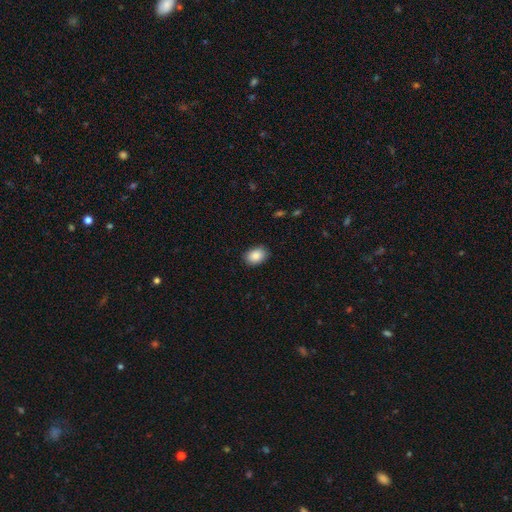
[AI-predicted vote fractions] A smooth galaxy with no disk features (89%) that is in between round and cigar-shaped (78%).

Vote fractions:
- Smooth or featured? smooth: 89% / star or artifact: 7% / featured or disk: 4%
- How rounded? in between: 78% / round: 21% / cigar-shaped: 1%
- Merging? none: 88% / minor disturbance: 9% / major disturbance: 2% / merger: 1%